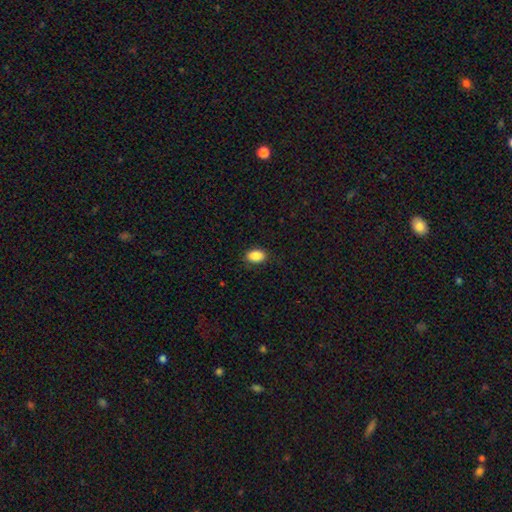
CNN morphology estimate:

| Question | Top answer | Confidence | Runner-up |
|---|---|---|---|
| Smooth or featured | smooth | 88% | star or artifact (8%) |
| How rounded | in between | 86% | round (13%) |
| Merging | none | 86% | minor disturbance (11%) |